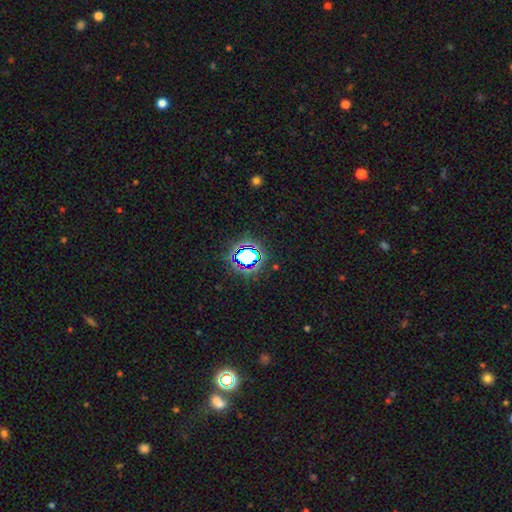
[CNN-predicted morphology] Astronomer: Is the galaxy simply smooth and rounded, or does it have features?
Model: star or artifact — 64%.